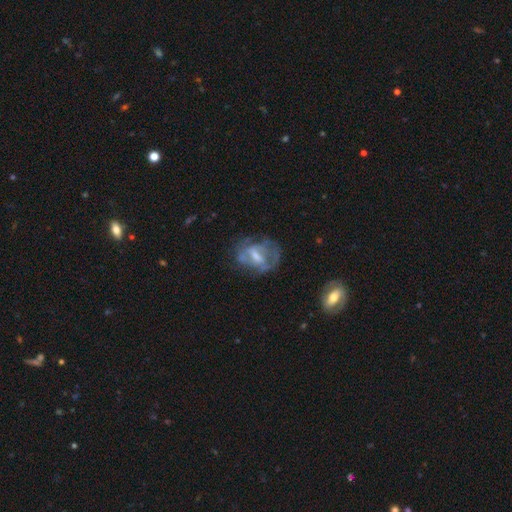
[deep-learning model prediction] featured or disk 66%, smooth 24%, star or artifact 10%. Down the decision tree: edge-on disk — no (95%); bar — weak (45%); spiral arms — yes (50%, tied with no); bulge size — moderate (40%); merging — none (50%).